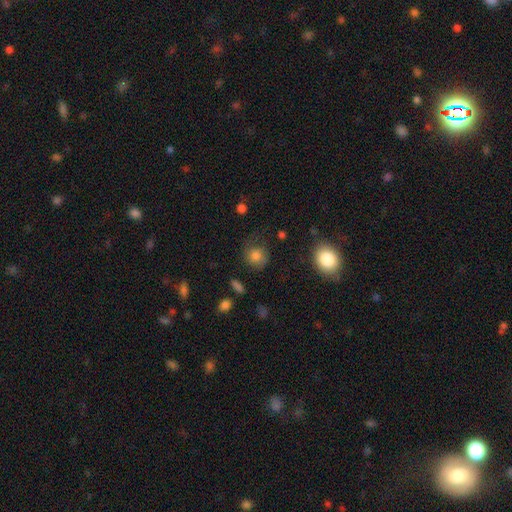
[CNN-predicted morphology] Smooth or featured?
  - smooth: 73% *
  - featured or disk: 15%
  - star or artifact: 12%
How rounded?
  - round: 81% *
  - in between: 18%
  - cigar-shaped: 1%
Merging?
  - none: 60% *
  - minor disturbance: 23%
  - major disturbance: 14%
  - merger: 2%